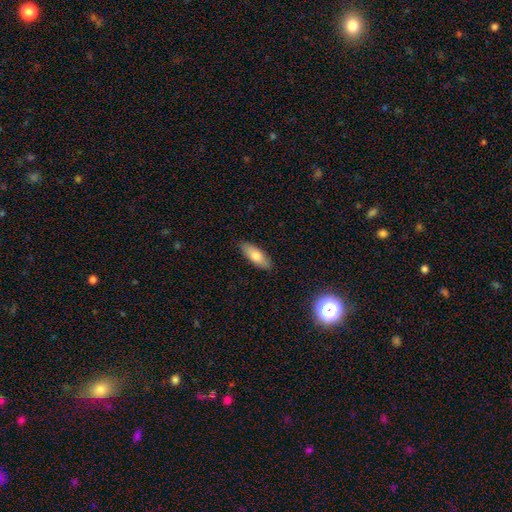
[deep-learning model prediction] The model was most divided on "how rounded": in between: 70%, cigar-shaped: 27%, round: 2%. More confident: merging — none (88%); smooth or featured — smooth (77%).